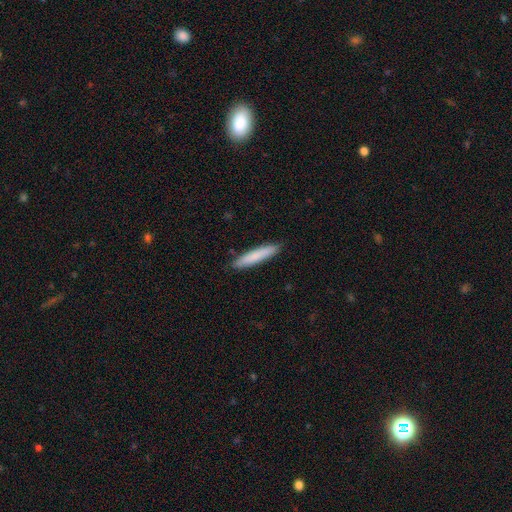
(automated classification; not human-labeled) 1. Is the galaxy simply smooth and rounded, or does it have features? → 81% smooth, 13% featured or disk, 5% star or artifact.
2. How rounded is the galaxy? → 91% cigar-shaped, 8% in between, 1% round.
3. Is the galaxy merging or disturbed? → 90% none, 8% minor disturbance, 1% major disturbance, 1% merger.